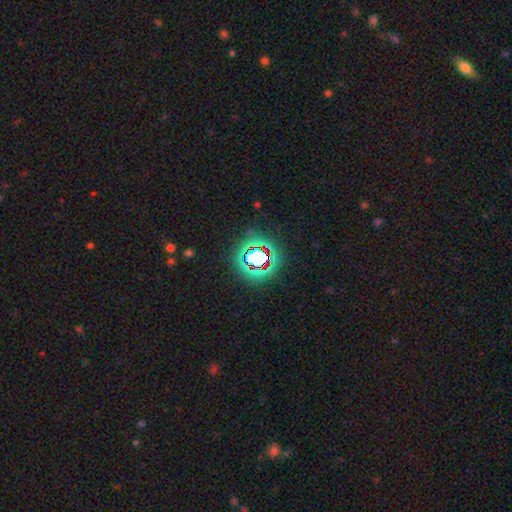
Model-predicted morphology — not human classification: Smooth or featured?
  - star or artifact: 68% *
  - smooth: 21%
  - featured or disk: 12%